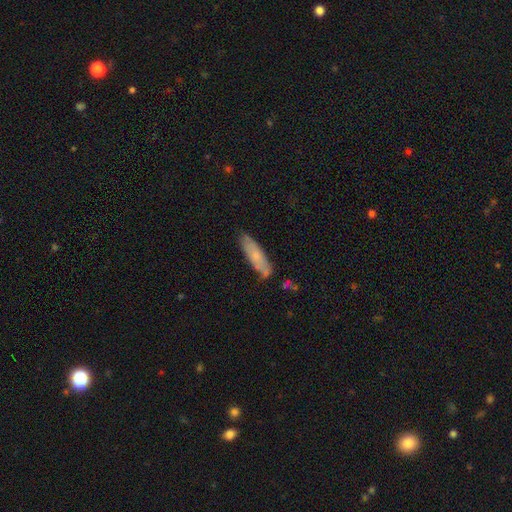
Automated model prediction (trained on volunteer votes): Smooth or featured? Predicted: smooth (p=0.65). How rounded? Predicted: cigar-shaped (p=0.62). Merging? Predicted: none (p=0.69).